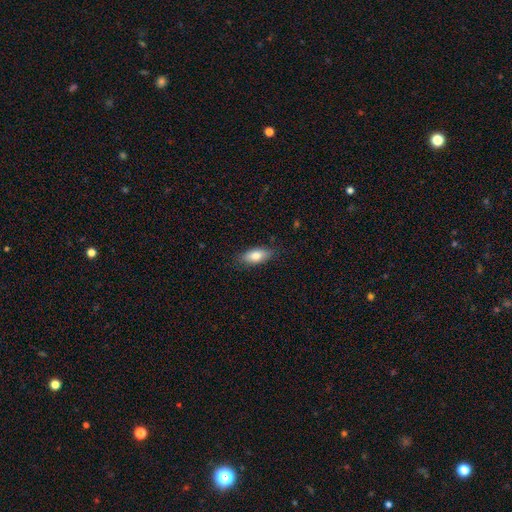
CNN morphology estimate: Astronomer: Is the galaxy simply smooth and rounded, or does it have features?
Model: smooth — 79%.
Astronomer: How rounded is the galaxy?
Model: in between — 85%.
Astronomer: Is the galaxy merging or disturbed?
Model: none — 84%.